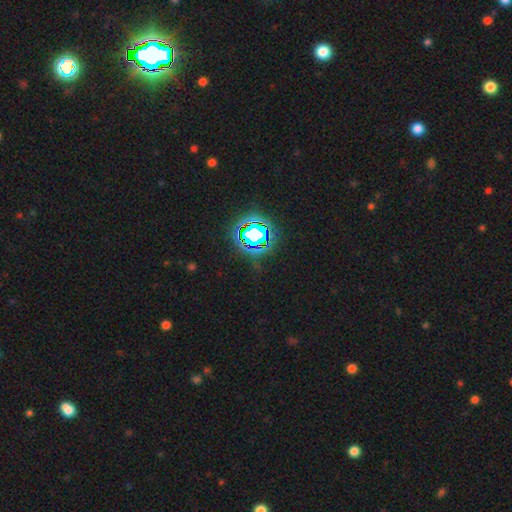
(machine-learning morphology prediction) Q: Smooth or featured?
A: star or artifact (80%); runner-up: smooth (13%)